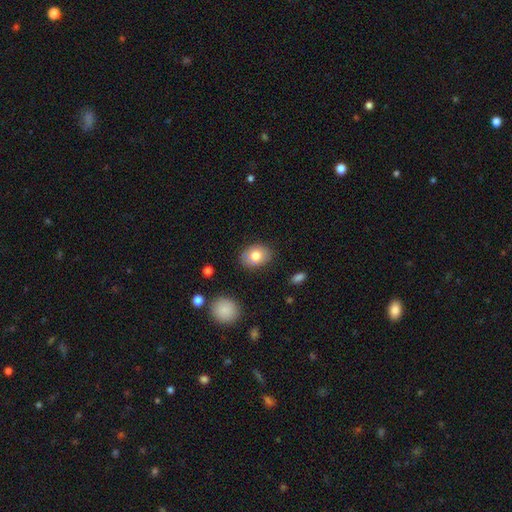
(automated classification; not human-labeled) smooth_or_featured: smooth (p=0.78) [alt: featured or disk p=0.14]
how_rounded: in between (p=0.68) [alt: round p=0.31]
merging: none (p=0.85) [alt: minor disturbance p=0.11]